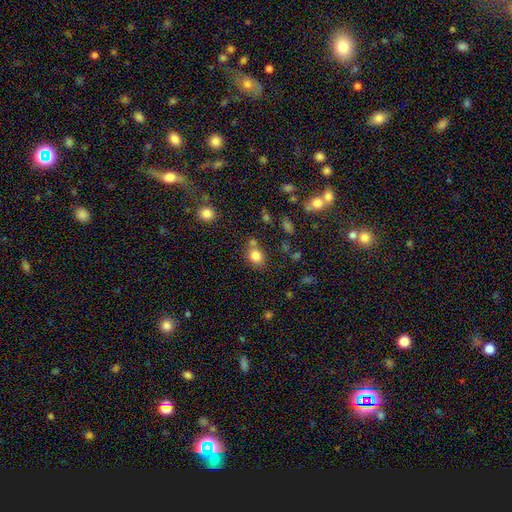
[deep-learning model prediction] Smooth or featured: smooth — 81% (star or artifact — 12%)
How rounded: round — 60% (in between — 39%)
Merging: none — 64% (merger — 17%)